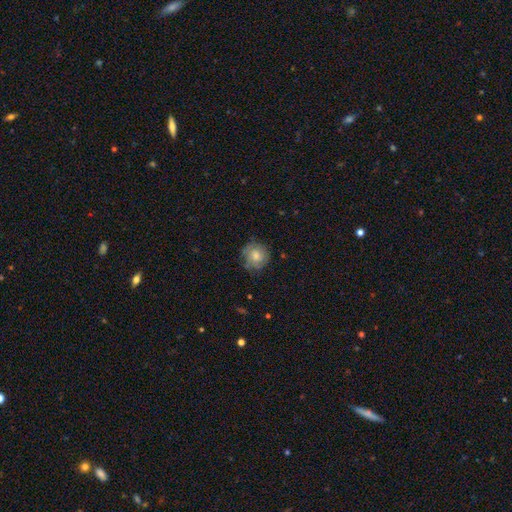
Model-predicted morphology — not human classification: Smooth or featured: smooth — 63% (featured or disk — 29%)
How rounded: round — 87% (in between — 12%)
Merging: none — 70% (minor disturbance — 21%)